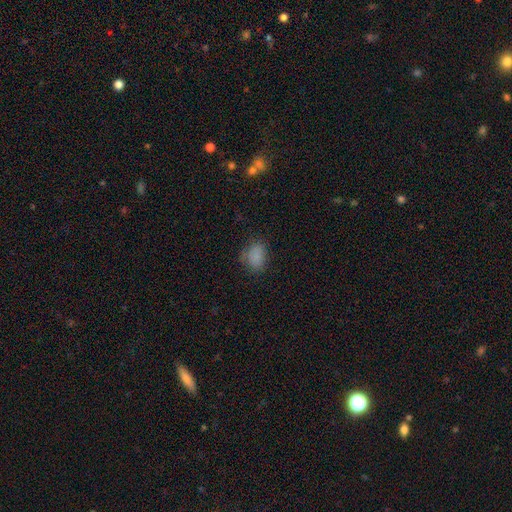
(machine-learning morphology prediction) smooth 81%, star or artifact 12%, featured or disk 6%. Down the decision tree: how rounded — in between (71%); merging — none (69%).